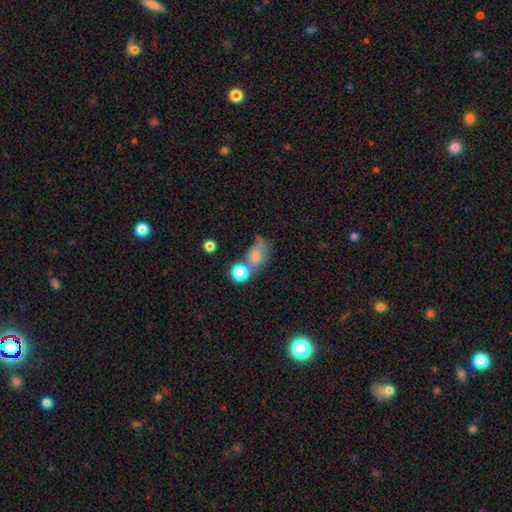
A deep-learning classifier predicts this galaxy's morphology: smooth 67%, featured or disk 19%, star or artifact 14%. Down the decision tree: how rounded — in between (71%); merging — none (28%, tied with merger).